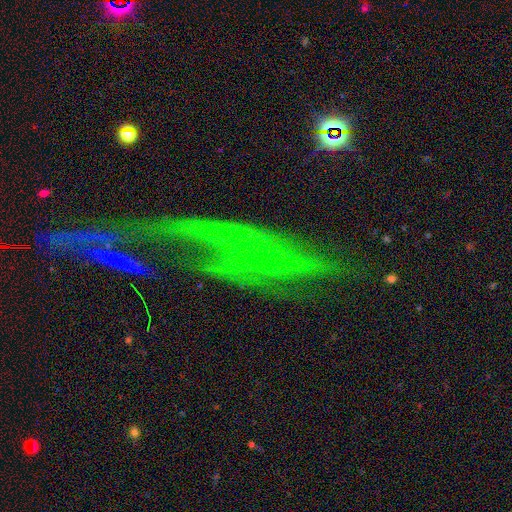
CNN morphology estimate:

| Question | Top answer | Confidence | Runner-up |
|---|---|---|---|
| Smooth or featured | star or artifact | 55% | featured or disk (27%) |